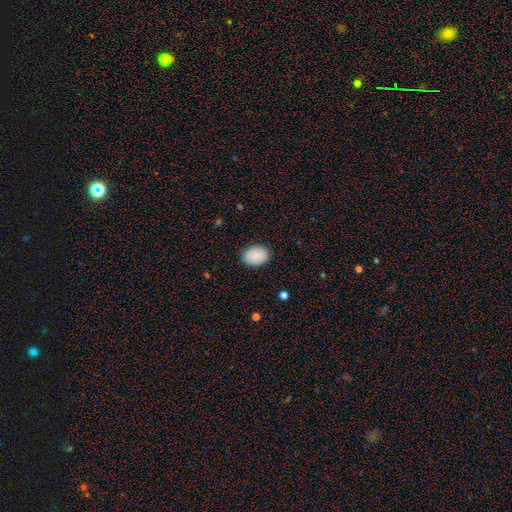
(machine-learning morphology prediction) Smooth or featured? smooth (87%)
How rounded? in between (79%)
Merging? none (88%)